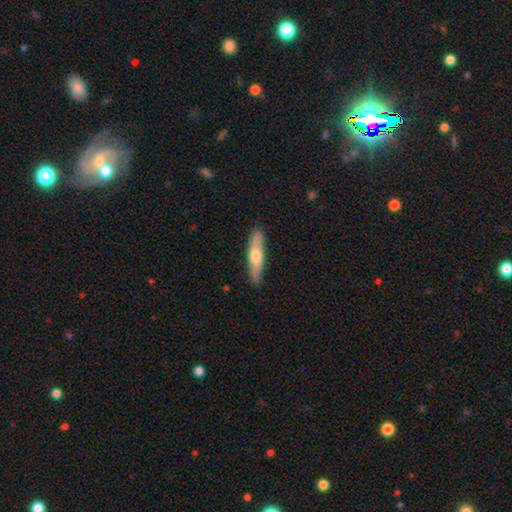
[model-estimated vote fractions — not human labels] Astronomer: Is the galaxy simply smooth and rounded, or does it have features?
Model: smooth — 59% (runner-up: featured or disk, 36%).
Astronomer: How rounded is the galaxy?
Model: cigar-shaped — 74%.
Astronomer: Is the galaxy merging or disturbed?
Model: none — 85%.